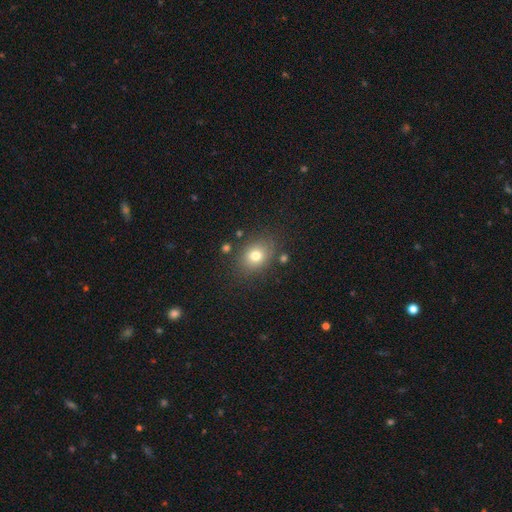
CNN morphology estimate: Smooth or featured: smooth — 76% (star or artifact — 13%)
How rounded: in between — 52% (round — 47%)
Merging: none — 80% (minor disturbance — 12%)